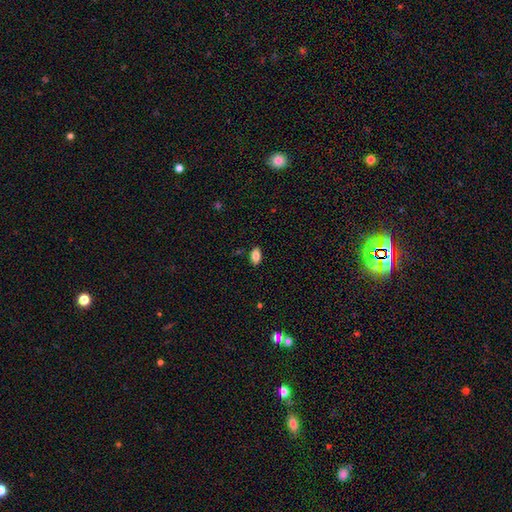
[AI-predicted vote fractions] This appears to be a smooth galaxy with no disk features (85%) that is in between round and cigar-shaped (92%). Merging: none (86%).